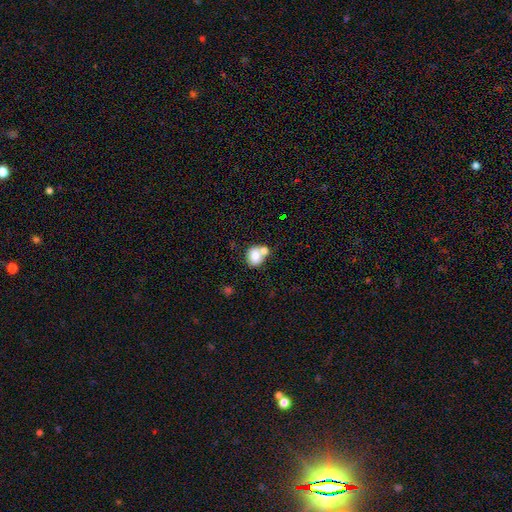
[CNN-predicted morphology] Smooth or featured: smooth — 79% (featured or disk — 13%)
How rounded: round — 58% (in between — 41%)
Merging: merger — 42% (tied with none — 42%)